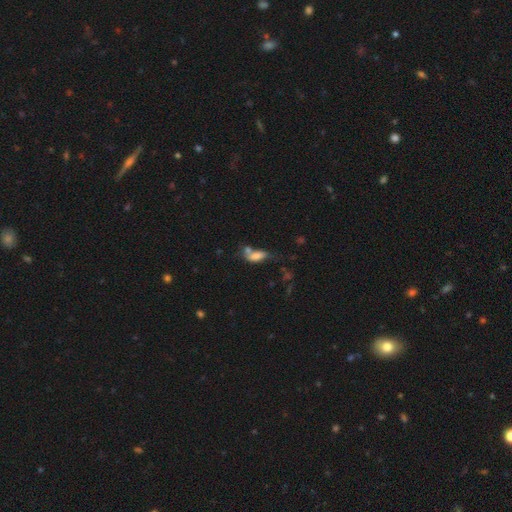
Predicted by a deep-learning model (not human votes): A smooth galaxy with no disk features (72%) that is in between round and cigar-shaped (82%). Merging: merger (40%).